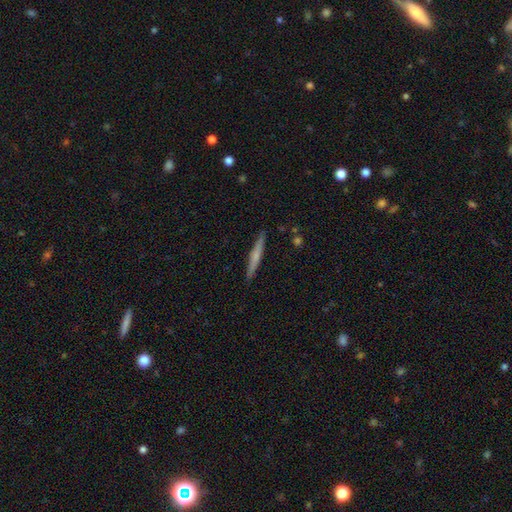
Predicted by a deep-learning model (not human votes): Q: Smooth or featured?
A: smooth (48%); runner-up: featured or disk (46%)
Q: Merging?
A: none (90%); runner-up: minor disturbance (7%)